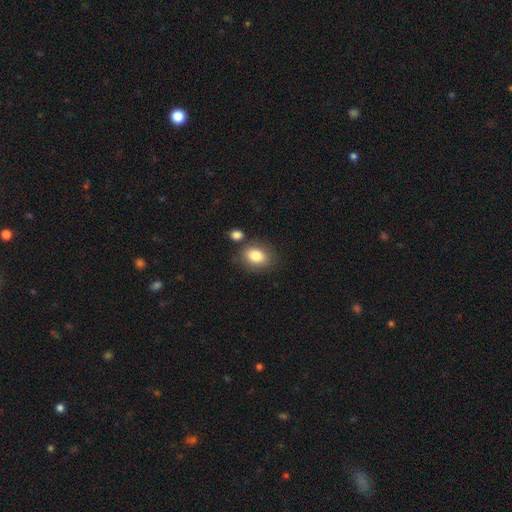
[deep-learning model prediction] Smooth or featured? smooth (83%)
How rounded? in between (66%)
Merging? none (72%)